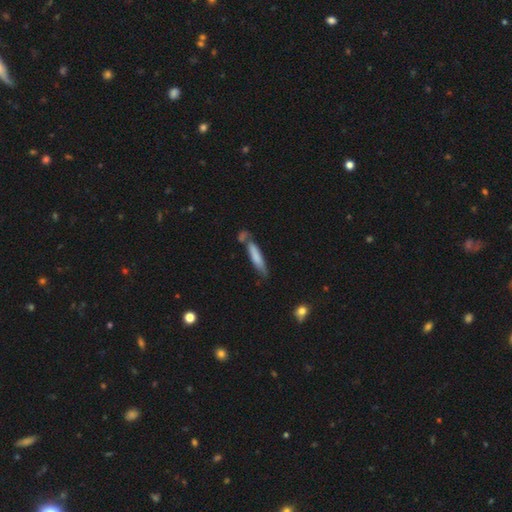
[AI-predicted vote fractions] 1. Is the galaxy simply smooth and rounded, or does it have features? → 74% smooth, 20% featured or disk, 6% star or artifact.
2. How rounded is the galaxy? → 84% cigar-shaped, 14% in between, 2% round.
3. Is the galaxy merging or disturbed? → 55% none, 21% merger, 19% minor disturbance, 6% major disturbance.